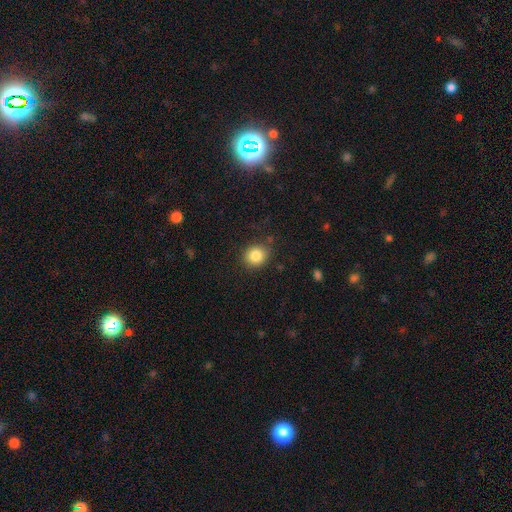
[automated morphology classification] A smooth galaxy with no disk features (84%) that is round (79%).

Vote fractions:
- Smooth or featured? smooth: 84% / star or artifact: 10% / featured or disk: 6%
- How rounded? round: 79% / in between: 20% / cigar-shaped: 1%
- Merging? none: 84% / minor disturbance: 11% / major disturbance: 3% / merger: 2%